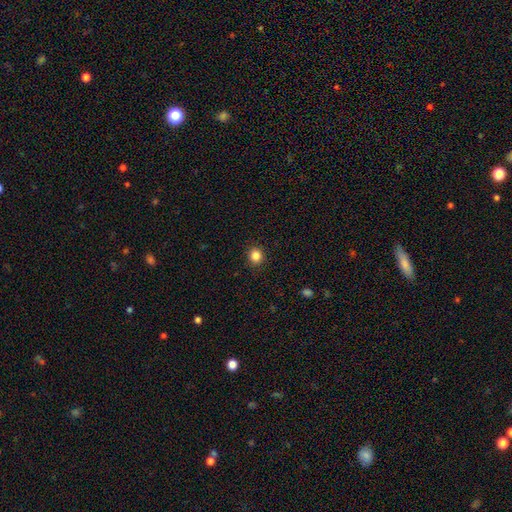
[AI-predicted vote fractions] Smooth or featured?
  - smooth: 84% *
  - star or artifact: 12%
  - featured or disk: 4%
How rounded?
  - round: 89% *
  - in between: 10%
  - cigar-shaped: 1%
Merging?
  - none: 92% *
  - minor disturbance: 6%
  - major disturbance: 2%
  - merger: 1%